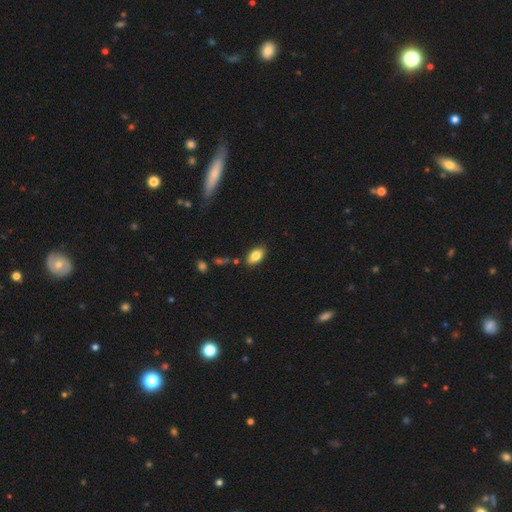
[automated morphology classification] Smooth or featured: smooth — 83% (featured or disk — 9%)
How rounded: in between — 92% (round — 5%)
Merging: none — 84% (minor disturbance — 11%)